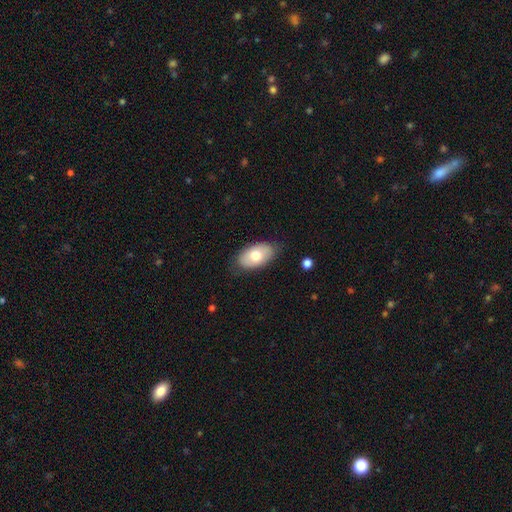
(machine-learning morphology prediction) This is likely a smooth galaxy (69%). How rounded: clearly in between (93%). Merging: clearly none (81%).